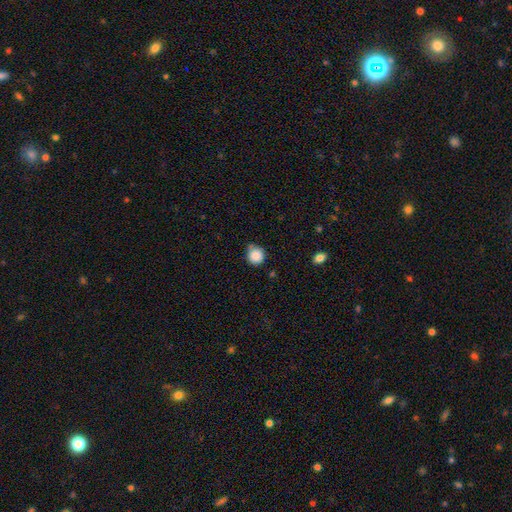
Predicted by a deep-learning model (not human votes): smooth-or-featured: smooth: 87% | star or artifact: 9% | featured or disk: 4%
  how-rounded: round: 90% | in between: 9% | cigar-shaped: 1%
  merging: none: 66% | minor disturbance: 24% | merger: 6% | major disturbance: 4%